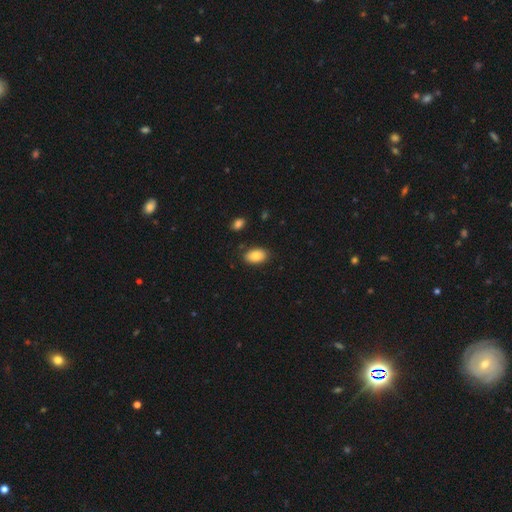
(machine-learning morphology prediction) Smooth or featured?
  - smooth: 83% *
  - featured or disk: 9%
  - star or artifact: 7%
How rounded?
  - in between: 92% *
  - round: 6%
  - cigar-shaped: 1%
Merging?
  - none: 85% *
  - minor disturbance: 11%
  - major disturbance: 2%
  - merger: 2%